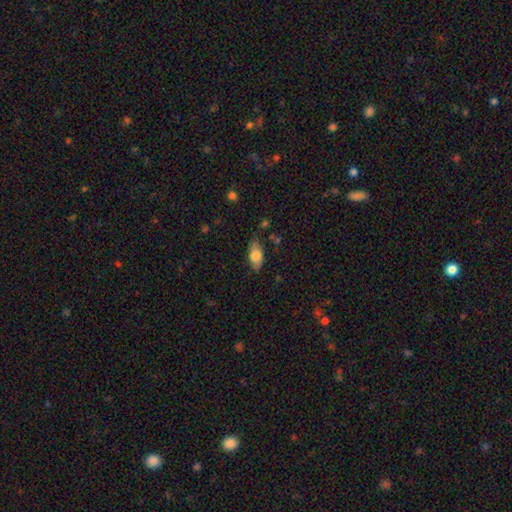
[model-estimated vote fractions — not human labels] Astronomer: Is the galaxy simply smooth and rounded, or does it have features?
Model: smooth — 73%.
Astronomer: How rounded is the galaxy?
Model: in between — 90%.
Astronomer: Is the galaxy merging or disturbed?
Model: none — 78%.